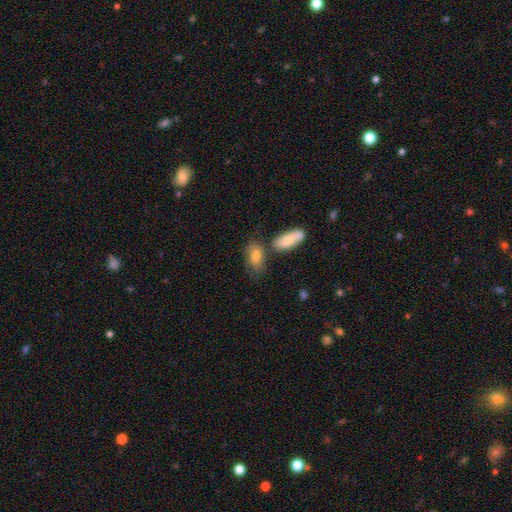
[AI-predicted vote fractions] smooth 74%, featured or disk 17%, star or artifact 8%. Down the decision tree: how rounded — in between (85%); merging — none (52%).